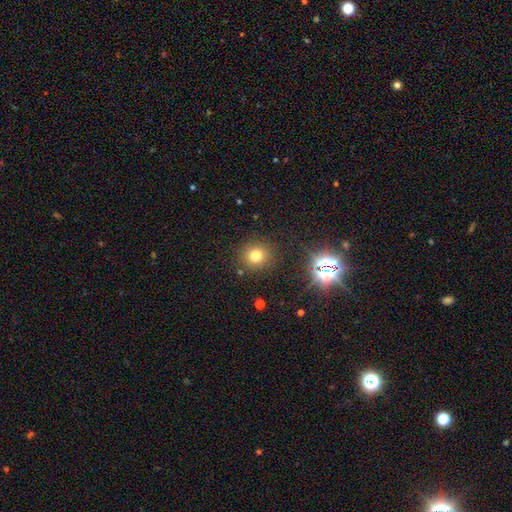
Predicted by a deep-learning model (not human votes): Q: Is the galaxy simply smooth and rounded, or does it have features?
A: smooth — 71%.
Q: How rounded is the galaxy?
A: round — 88%.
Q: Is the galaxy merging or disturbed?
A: none — 87%.